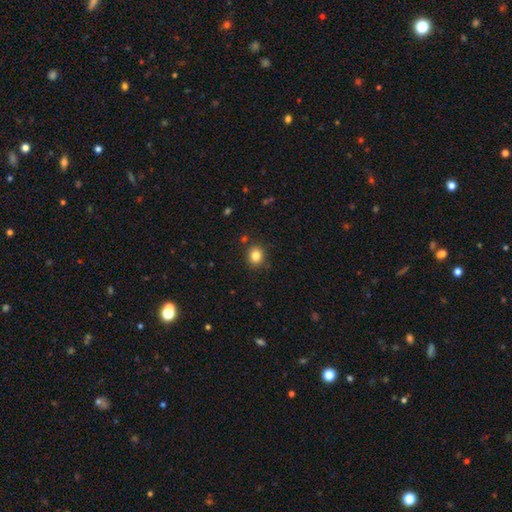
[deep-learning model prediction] Smooth or featured?
  - smooth: 83% *
  - star or artifact: 11%
  - featured or disk: 6%
How rounded?
  - round: 69% *
  - in between: 30%
  - cigar-shaped: 1%
Merging?
  - none: 87% *
  - minor disturbance: 8%
  - major disturbance: 2%
  - merger: 2%